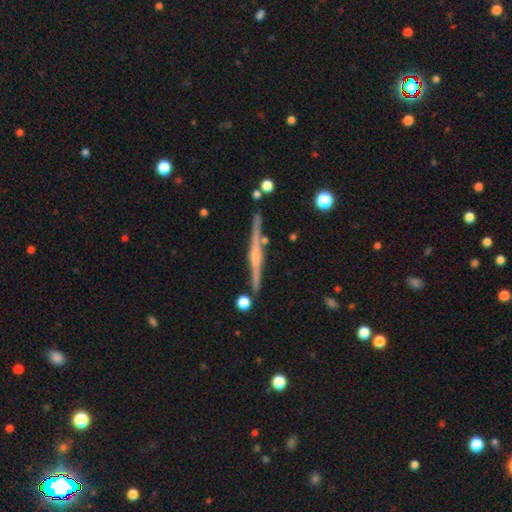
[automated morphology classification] This appears to be a featured or disk galaxy (80%) viewed edge-on (98%) with a rounded central bulge (63%). Merging: none (87%).